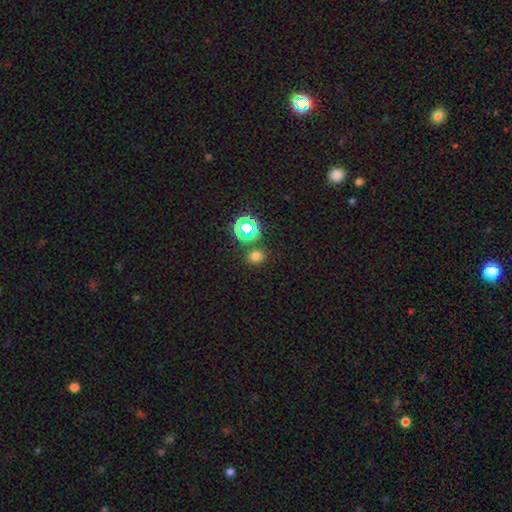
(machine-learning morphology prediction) A smooth galaxy with no disk features (70%) that is round (77%). Merging: none (81%).